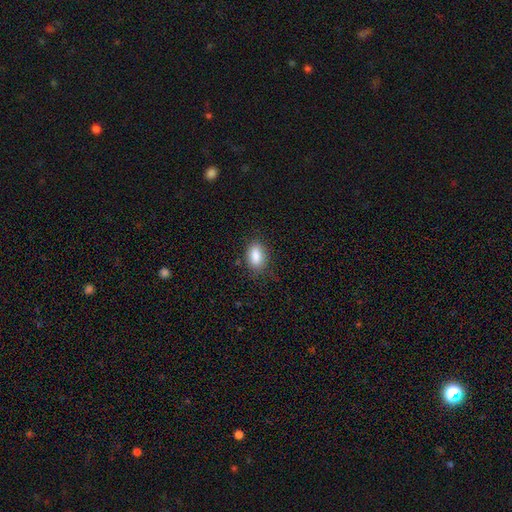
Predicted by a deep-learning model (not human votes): Smooth or featured? smooth (87%)
How rounded? in between (89%)
Merging? none (80%)